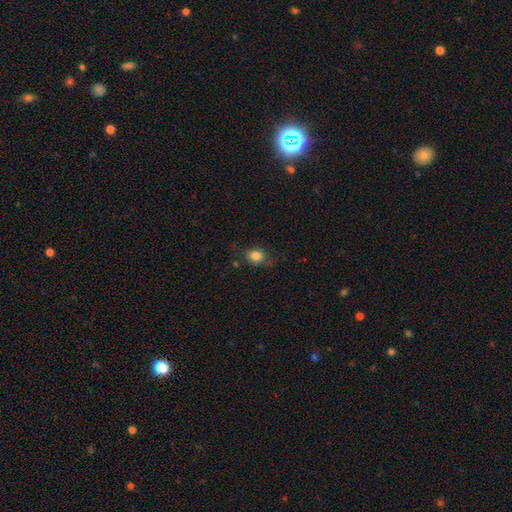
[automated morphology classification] smooth 83%, star or artifact 10%, featured or disk 6%. Down the decision tree: how rounded — in between (57%); merging — none (68%).